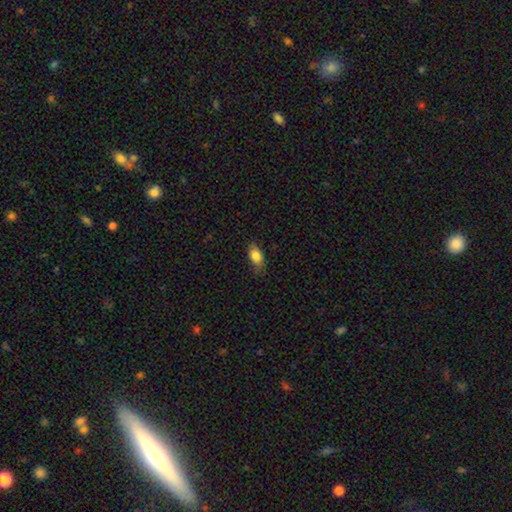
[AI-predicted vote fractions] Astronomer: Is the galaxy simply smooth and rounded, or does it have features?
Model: smooth — 84%.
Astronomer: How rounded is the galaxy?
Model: in between — 86%.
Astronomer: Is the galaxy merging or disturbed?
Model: none — 73%.